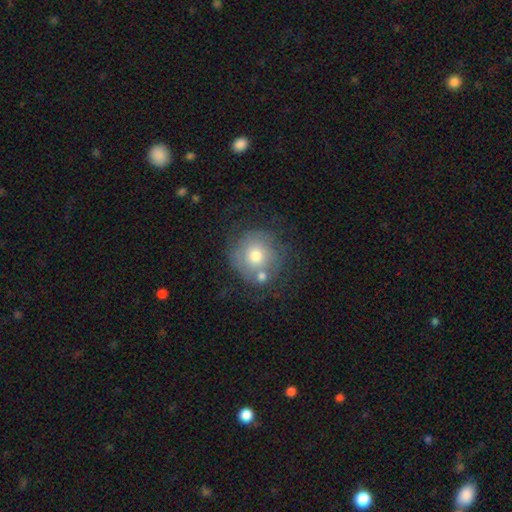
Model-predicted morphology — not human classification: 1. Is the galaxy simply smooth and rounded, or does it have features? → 55% smooth, 35% featured or disk, 10% star or artifact.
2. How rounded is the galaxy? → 92% round, 7% in between, 1% cigar-shaped.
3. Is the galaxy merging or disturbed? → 56% none, 18% minor disturbance, 16% merger, 10% major disturbance.